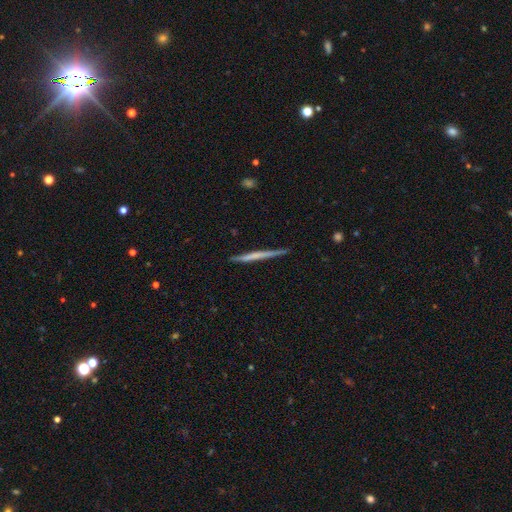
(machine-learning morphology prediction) Q: Smooth or featured?
A: featured or disk (51%); runner-up: smooth (44%)
Q: Edge-on disk?
A: yes (97%); runner-up: no (3%)
Q: Merging?
A: none (87%); runner-up: minor disturbance (10%)